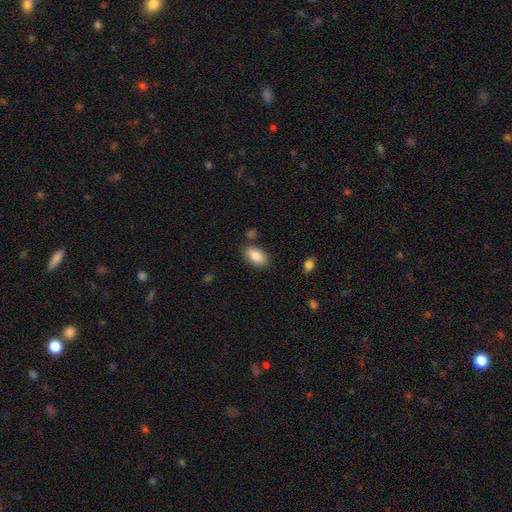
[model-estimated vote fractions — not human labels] smooth_or_featured: smooth (p=0.87) [alt: star or artifact p=0.07]
how_rounded: in between (p=0.93) [alt: round p=0.05]
merging: none (p=0.82) [alt: minor disturbance p=0.11]